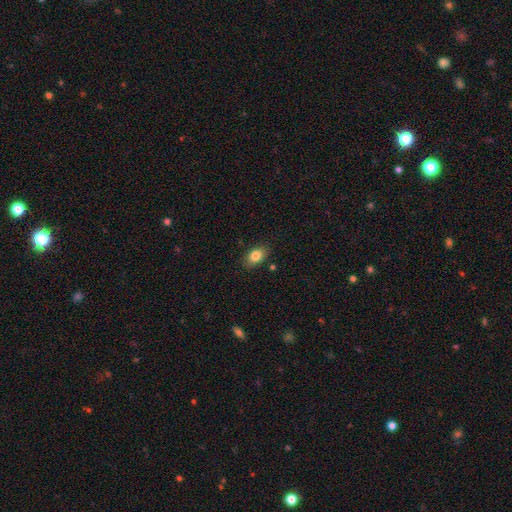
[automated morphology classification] type=smooth (84%); roundness=in between (85%); merging=none (85%).